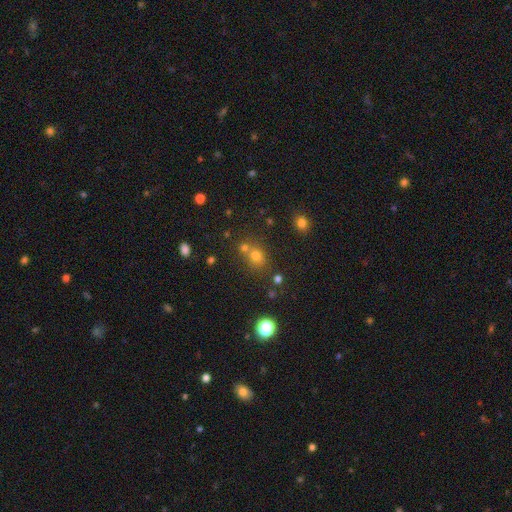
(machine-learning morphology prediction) A smooth galaxy with no disk features (66%) that is round (66%).

Vote fractions:
- Smooth or featured? smooth: 66% / star or artifact: 23% / featured or disk: 11%
- How rounded? round: 66% / in between: 32% / cigar-shaped: 1%
- Merging? none: 57% / merger: 28% / minor disturbance: 10% / major disturbance: 4%